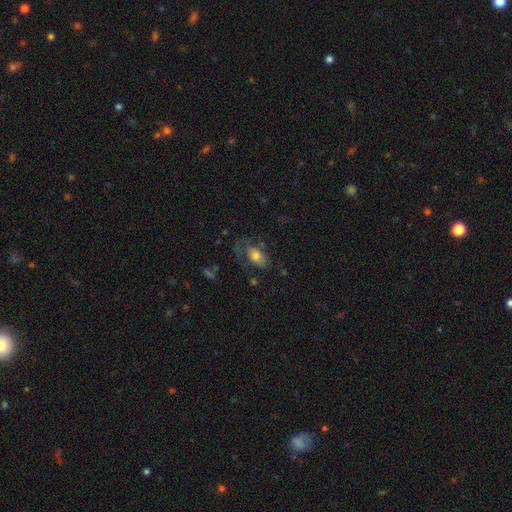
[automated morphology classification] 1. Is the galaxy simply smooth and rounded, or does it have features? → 62% smooth, 29% featured or disk, 9% star or artifact.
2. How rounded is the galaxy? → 88% in between, 8% round, 3% cigar-shaped.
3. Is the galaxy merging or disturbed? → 46% none, 28% major disturbance, 23% minor disturbance, 3% merger.